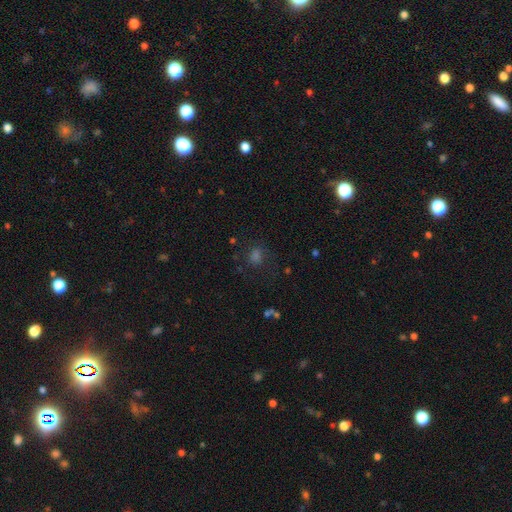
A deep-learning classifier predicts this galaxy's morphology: Overall: smooth (59%; star or artifact 32%). How rounded: round (67%; in between 31%). Merging: none (74%).